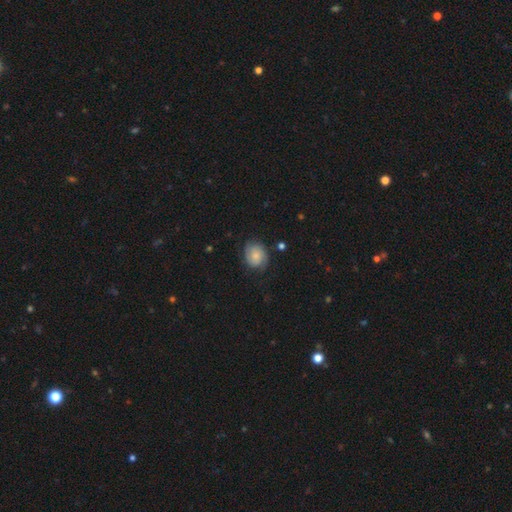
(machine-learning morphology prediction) A featured or disk galaxy (46%). Merging: none (71%).